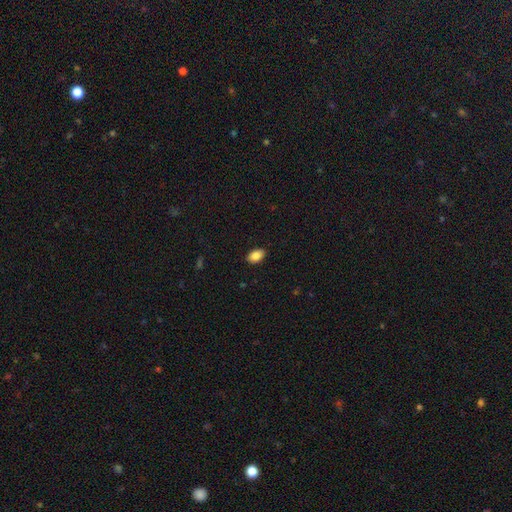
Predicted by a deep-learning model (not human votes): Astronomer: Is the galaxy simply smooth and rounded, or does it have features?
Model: smooth — 87%.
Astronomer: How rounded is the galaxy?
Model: in between — 90%.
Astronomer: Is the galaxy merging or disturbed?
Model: none — 89%.